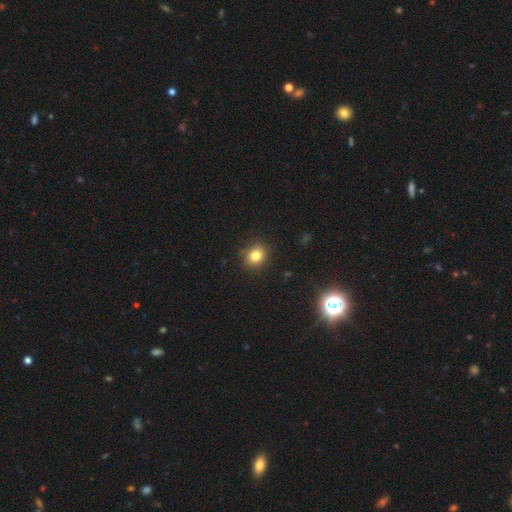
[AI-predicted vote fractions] Smooth or featured?
  - smooth: 82% *
  - star or artifact: 12%
  - featured or disk: 6%
How rounded?
  - round: 68% *
  - in between: 32%
  - cigar-shaped: 1%
Merging?
  - none: 88% *
  - minor disturbance: 9%
  - major disturbance: 2%
  - merger: 1%